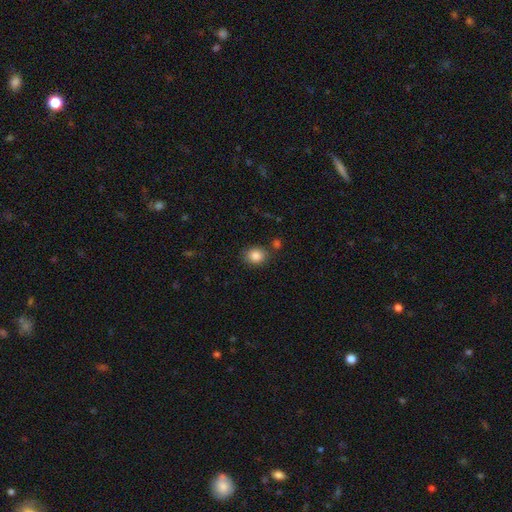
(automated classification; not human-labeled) This is clearly a smooth galaxy (85%). How rounded: possibly round (59%). Merging: likely none (79%).